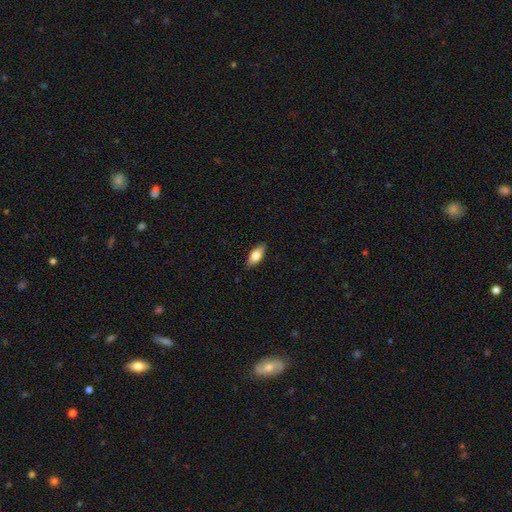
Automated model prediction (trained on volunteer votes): Smooth or featured? Predicted: smooth (p=0.75). How rounded? Predicted: in between (p=0.84). Merging? Predicted: none (p=0.86).